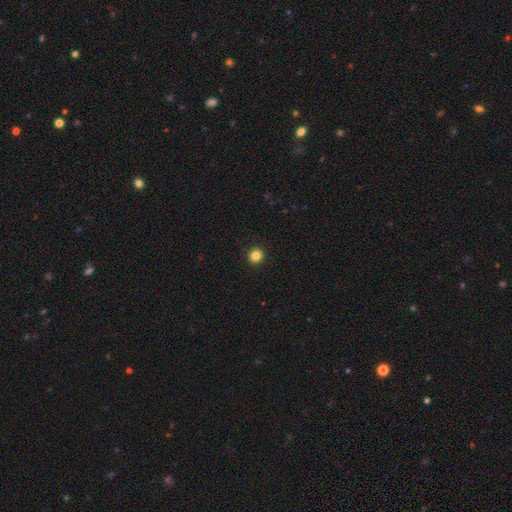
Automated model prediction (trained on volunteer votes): Overall: smooth (84%). How rounded: round (92%). Merging: none (93%).